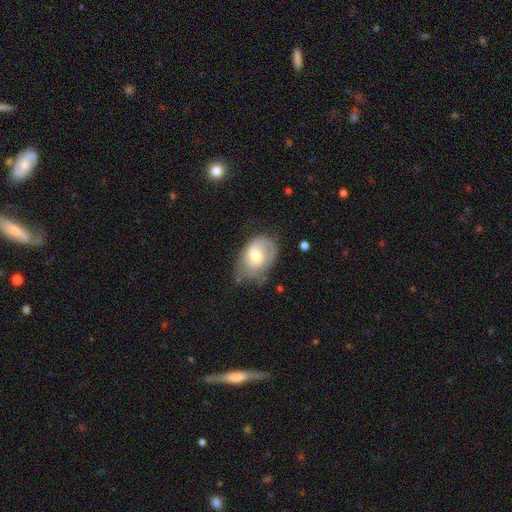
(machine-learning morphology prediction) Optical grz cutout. It shows a smooth galaxy with no disk features (50%) that is in between round and cigar-shaped (75%). Merging: none (42%).